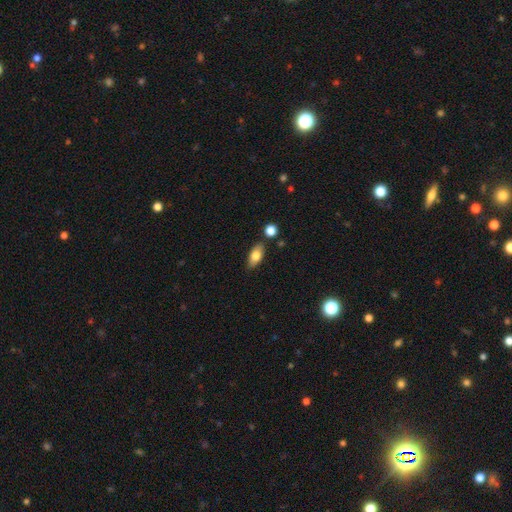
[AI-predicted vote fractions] Smooth or featured?
  - smooth: 77% *
  - featured or disk: 15%
  - star or artifact: 7%
How rounded?
  - in between: 87% *
  - cigar-shaped: 8%
  - round: 5%
Merging?
  - none: 81% *
  - minor disturbance: 12%
  - merger: 5%
  - major disturbance: 2%